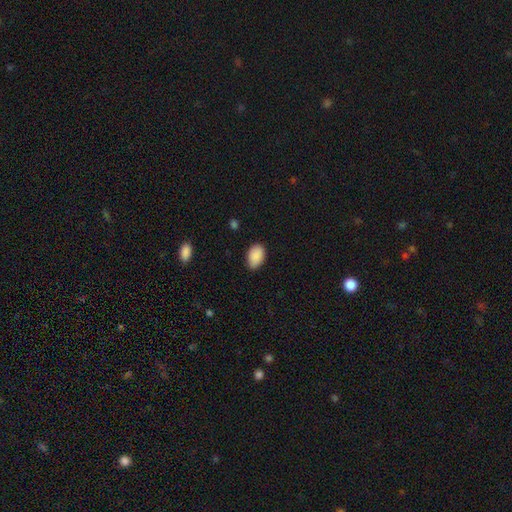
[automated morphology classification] smooth-or-featured: smooth: 90% | star or artifact: 7% | featured or disk: 3%
  how-rounded: in between: 89% | round: 9% | cigar-shaped: 1%
  merging: none: 79% | minor disturbance: 17% | major disturbance: 3% | merger: 1%